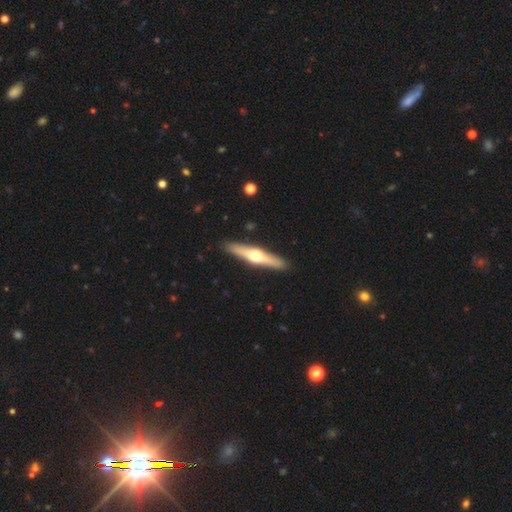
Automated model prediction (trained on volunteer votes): A featured or disk galaxy (66%) viewed edge-on (96%) with a rounded central bulge (95%). Merging: none (91%).